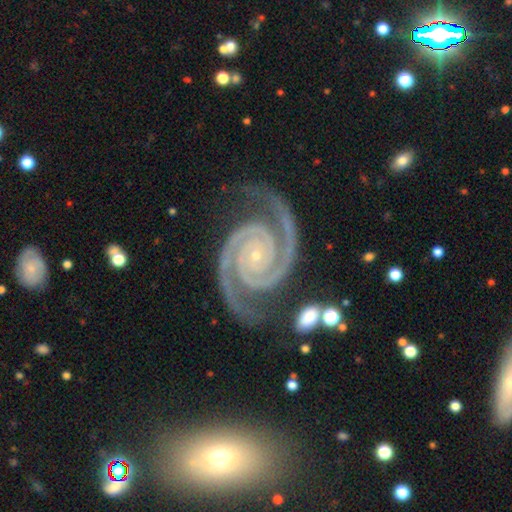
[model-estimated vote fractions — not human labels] Smooth or featured? featured or disk (95%)
Edge-on disk? no (98%)
Bar? no (76%)
Spiral arms? yes (99%)
Spiral winding? tight (81%)
Spiral arm count? 2 (93%)
Bulge size? small (88%)
Merging? none (80%)